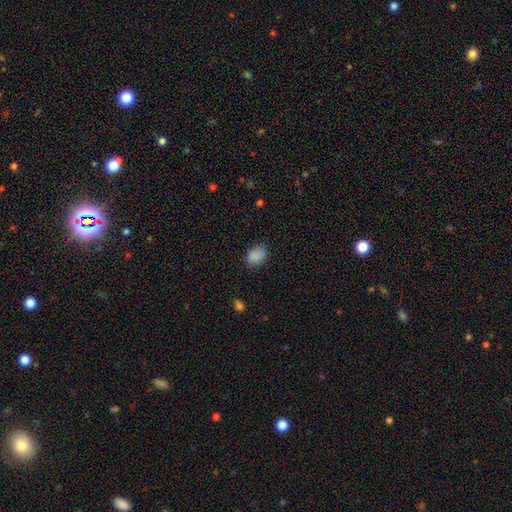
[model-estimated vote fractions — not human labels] Smooth or featured? smooth (87%)
How rounded? in between (78%)
Merging? none (78%)